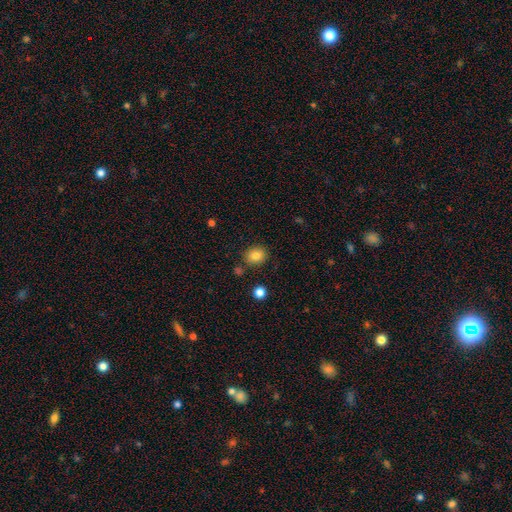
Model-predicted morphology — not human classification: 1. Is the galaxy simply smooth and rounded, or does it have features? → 83% smooth, 11% star or artifact, 6% featured or disk.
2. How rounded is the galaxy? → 69% round, 31% in between, 1% cigar-shaped.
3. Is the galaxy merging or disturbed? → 83% none, 9% minor disturbance, 4% merger, 3% major disturbance.